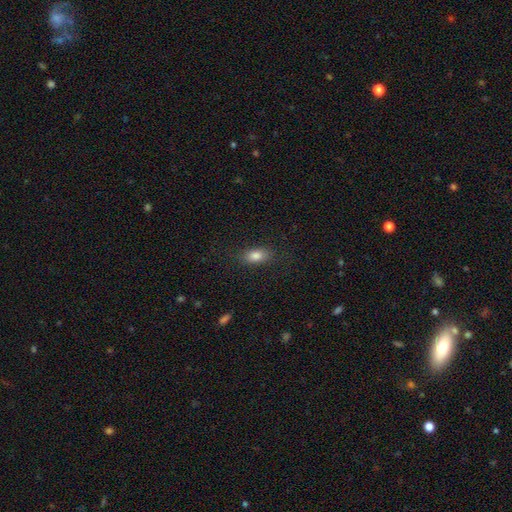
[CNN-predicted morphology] Smooth or featured?
  - smooth: 83% *
  - star or artifact: 9%
  - featured or disk: 8%
How rounded?
  - in between: 83% *
  - cigar-shaped: 9%
  - round: 7%
Merging?
  - none: 83% *
  - minor disturbance: 12%
  - major disturbance: 4%
  - merger: 1%